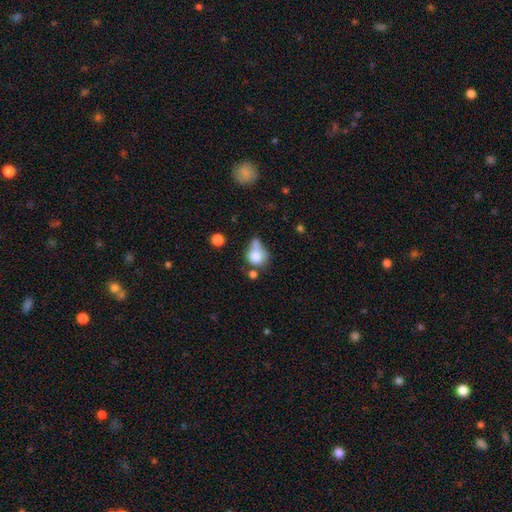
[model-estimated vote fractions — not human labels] smooth 75%, featured or disk 14%, star or artifact 10%. Down the decision tree: how rounded — round (68%); merging — merger (36%).